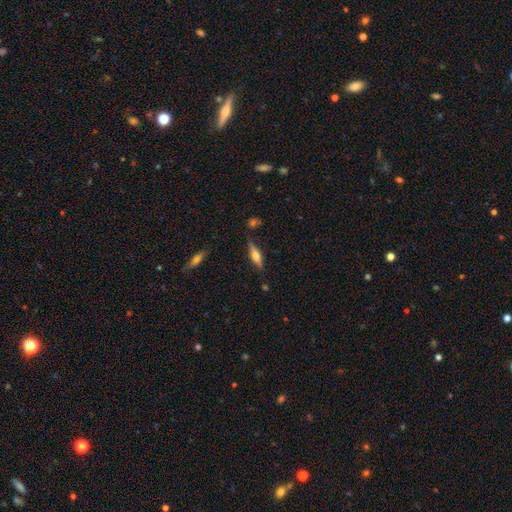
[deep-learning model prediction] Smooth or featured? Predicted: featured or disk (p=0.56). Edge-on disk? Predicted: yes (p=0.94). Edge-on bulge? Predicted: rounded (p=0.90). Merging? Predicted: none (p=0.82).